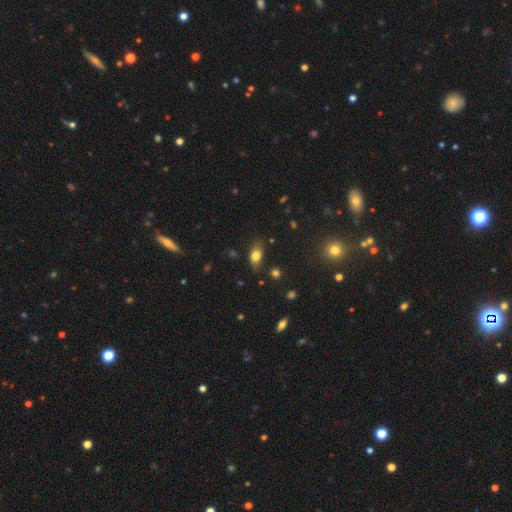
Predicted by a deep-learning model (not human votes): A smooth galaxy with no disk features (78%) that is in between round and cigar-shaped (80%). Merging: none (72%).